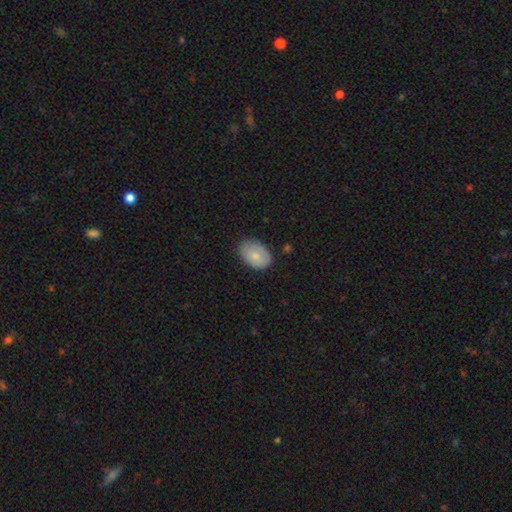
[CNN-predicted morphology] This appears to be a smooth galaxy with no disk features (77%) that is in between round and cigar-shaped (85%). Merging: none (78%).